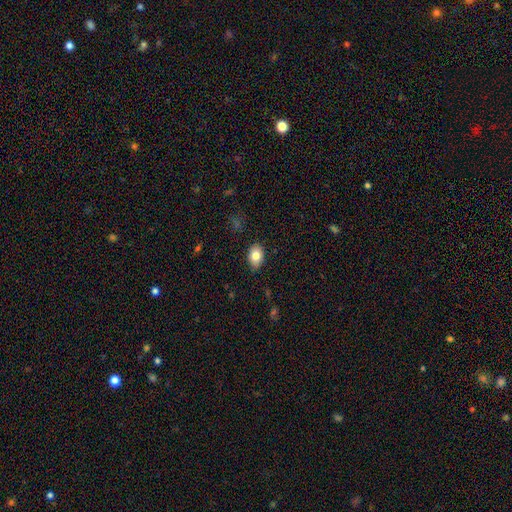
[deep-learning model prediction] Smooth or featured? smooth (81%)
How rounded? in between (81%)
Merging? none (83%)